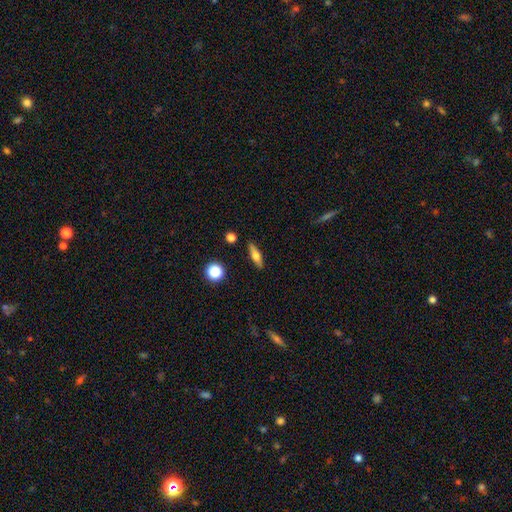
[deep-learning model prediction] Morphology: type=smooth (53%); roundness=cigar-shaped (57%); merging=none (88%).